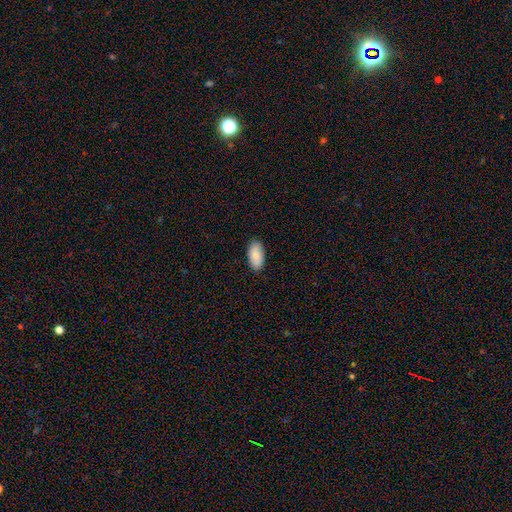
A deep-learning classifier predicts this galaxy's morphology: A smooth galaxy with no disk features (86%) that is in between round and cigar-shaped (94%). Merging: none (88%).